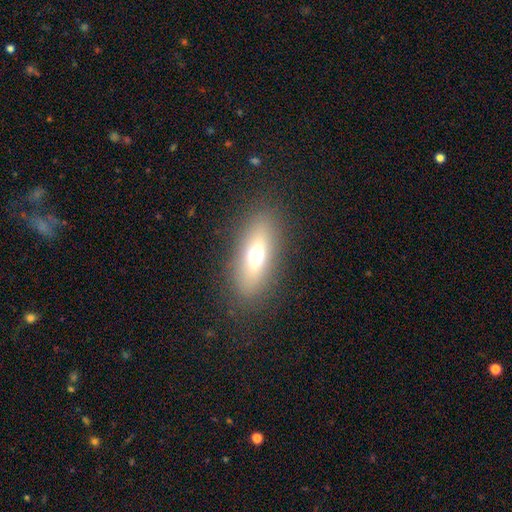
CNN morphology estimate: A smooth galaxy with no disk features (60%) that is in between round and cigar-shaped (68%).

Vote fractions:
- Smooth or featured? smooth: 60% / featured or disk: 26% / star or artifact: 14%
- How rounded? in between: 68% / cigar-shaped: 25% / round: 7%
- Merging? none: 85% / minor disturbance: 9% / major disturbance: 5% / merger: 1%